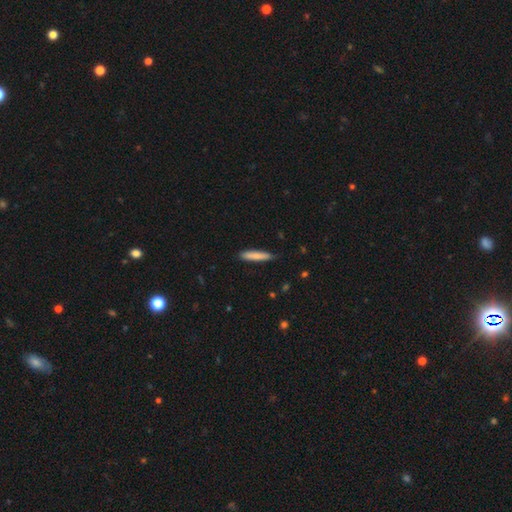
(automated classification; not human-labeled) Smooth or featured? Predicted: smooth (p=0.81). How rounded? Predicted: cigar-shaped (p=0.90). Merging? Predicted: none (p=0.85).